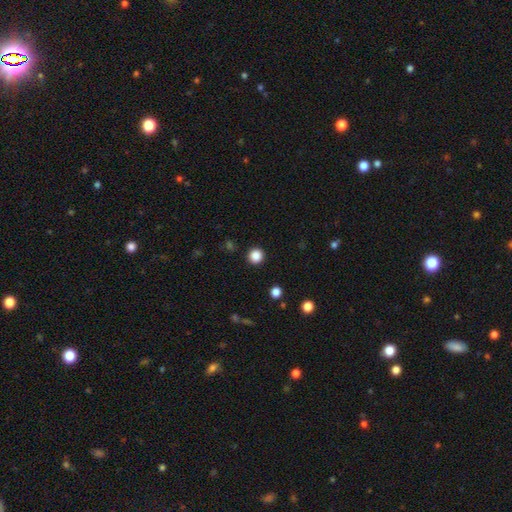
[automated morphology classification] Smooth or featured? Predicted: smooth (p=0.87). How rounded? Predicted: round (p=0.95). Merging? Predicted: none (p=0.93).